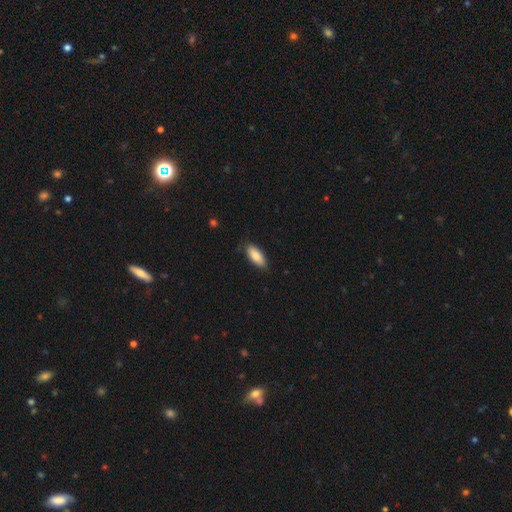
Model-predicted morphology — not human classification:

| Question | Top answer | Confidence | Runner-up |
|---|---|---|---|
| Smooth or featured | smooth | 87% | featured or disk (8%) |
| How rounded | in between | 81% | cigar-shaped (17%) |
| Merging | none | 82% | minor disturbance (15%) |